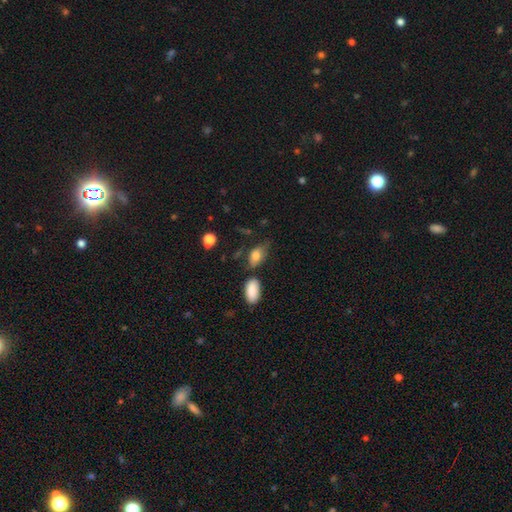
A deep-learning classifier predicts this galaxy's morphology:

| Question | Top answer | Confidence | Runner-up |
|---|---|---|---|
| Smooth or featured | smooth | 78% | featured or disk (13%) |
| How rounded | in between | 89% | round (7%) |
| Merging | none | 50% | minor disturbance (30%) |